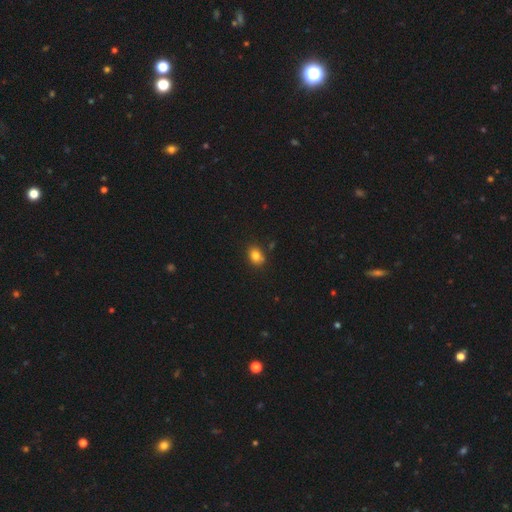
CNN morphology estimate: Q: Smooth or featured?
A: smooth (82%); runner-up: star or artifact (11%)
Q: How rounded?
A: in between (58%); runner-up: round (41%)
Q: Merging?
A: none (80%); runner-up: minor disturbance (13%)